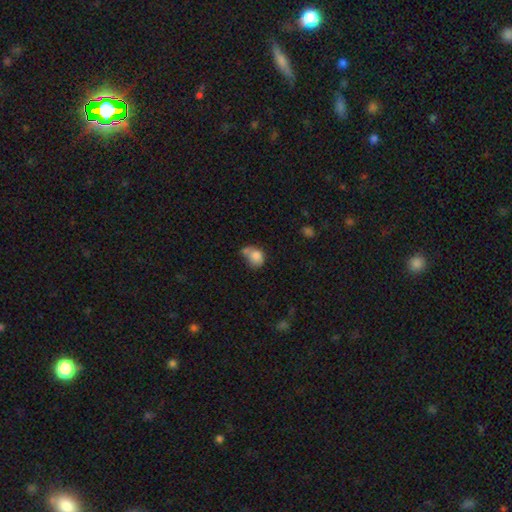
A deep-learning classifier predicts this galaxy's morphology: Smooth or featured?
  - smooth: 78% *
  - featured or disk: 13%
  - star or artifact: 10%
How rounded?
  - in between: 59% *
  - round: 40%
  - cigar-shaped: 1%
Merging?
  - merger: 29% *
  - none: 28%
  - minor disturbance: 27%
  - major disturbance: 15%